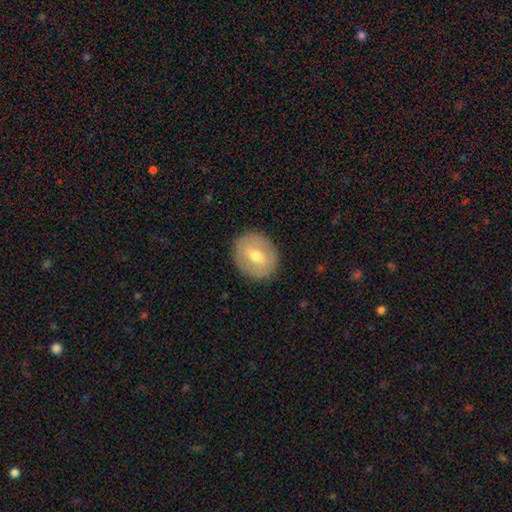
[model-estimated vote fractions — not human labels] smooth_or_featured: smooth (p=0.50) [alt: featured or disk p=0.43]
how_rounded: round (p=0.66) [alt: in between p=0.33]
merging: none (p=0.88) [alt: minor disturbance p=0.08]